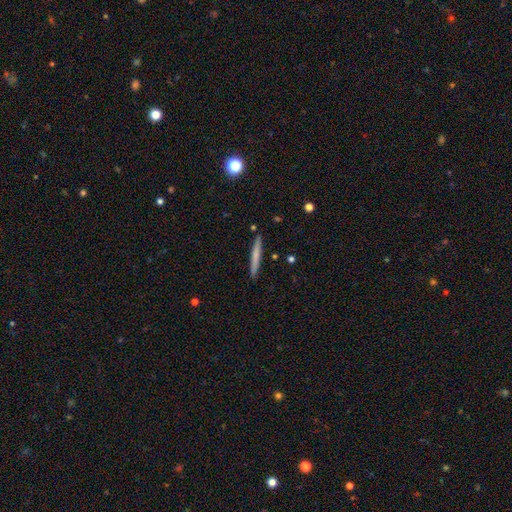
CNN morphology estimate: The model was most divided on "smooth or featured": smooth: 64%, featured or disk: 30%, star or artifact: 6%. More confident: how rounded — cigar-shaped (97%); merging — none (91%).